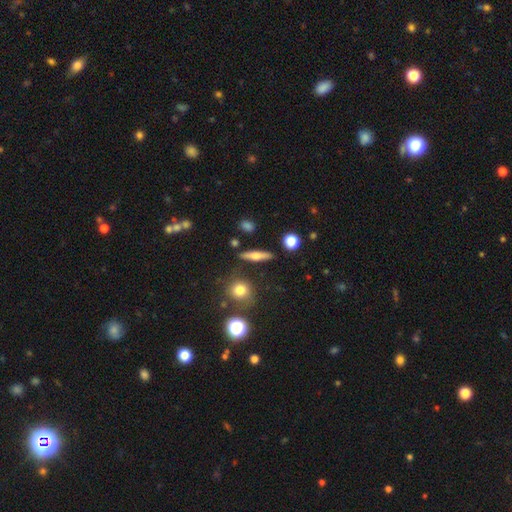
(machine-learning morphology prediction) Overall: smooth (47%; featured or disk 44%). Merging: none (86%).